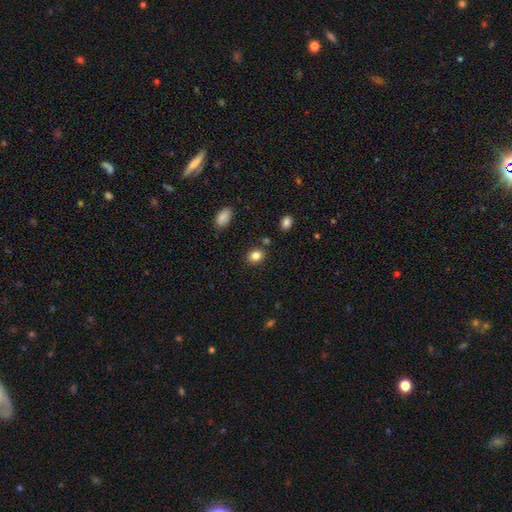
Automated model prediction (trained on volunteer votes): Overall: smooth (84%). How rounded: in between (51%; round 48%). Merging: none (84%).